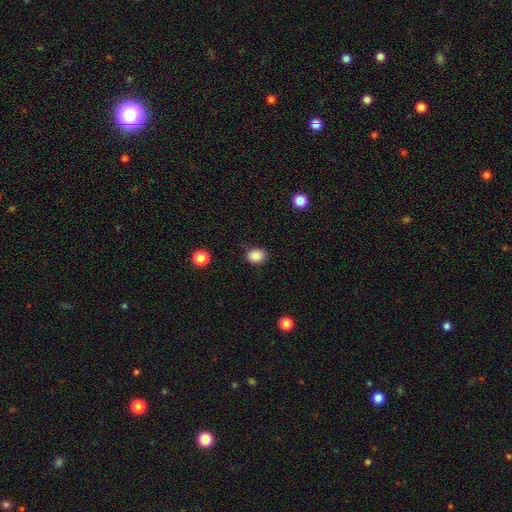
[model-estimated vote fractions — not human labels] smooth 87%, star or artifact 10%, featured or disk 3%. Down the decision tree: how rounded — round (64%); merging — none (82%).